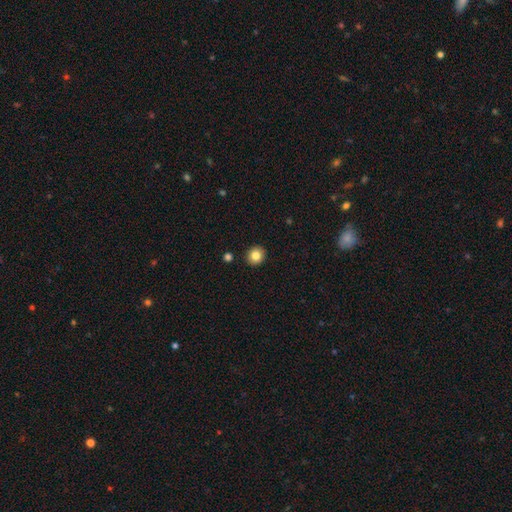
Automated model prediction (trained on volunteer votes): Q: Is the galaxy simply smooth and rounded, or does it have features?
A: smooth — 83%.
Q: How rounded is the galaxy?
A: round — 84%.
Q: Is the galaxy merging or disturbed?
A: none — 91%.